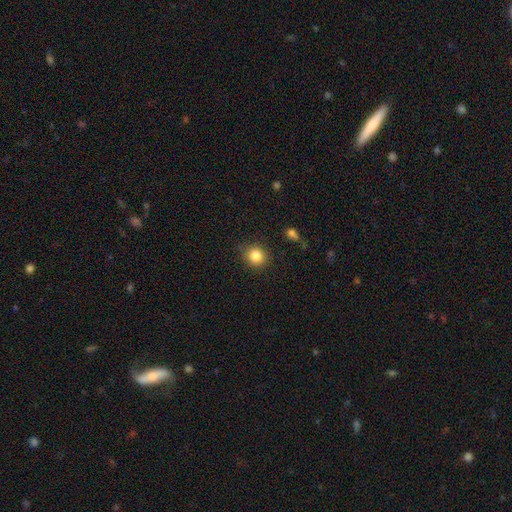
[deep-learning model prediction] A smooth galaxy with no disk features (85%) that is round (82%). Merging: none (85%).